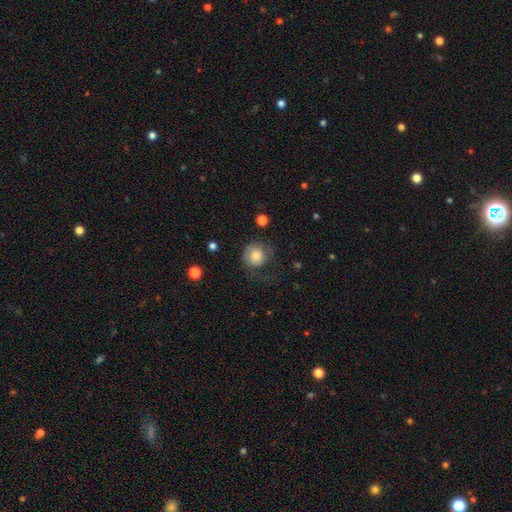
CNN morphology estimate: Q: Smooth or featured?
A: smooth (72%); runner-up: featured or disk (20%)
Q: How rounded?
A: round (84%); runner-up: in between (15%)
Q: Merging?
A: none (46%); runner-up: major disturbance (28%)